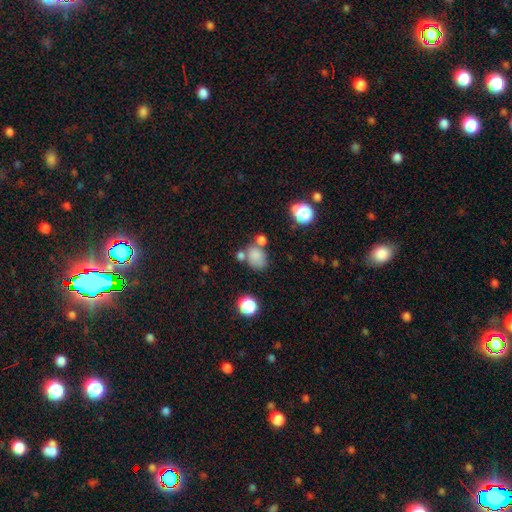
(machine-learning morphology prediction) Smooth or featured?
  - smooth: 77% *
  - star or artifact: 13%
  - featured or disk: 10%
How rounded?
  - in between: 58% *
  - round: 40%
  - cigar-shaped: 1%
Merging?
  - none: 47% *
  - merger: 25%
  - minor disturbance: 19%
  - major disturbance: 10%